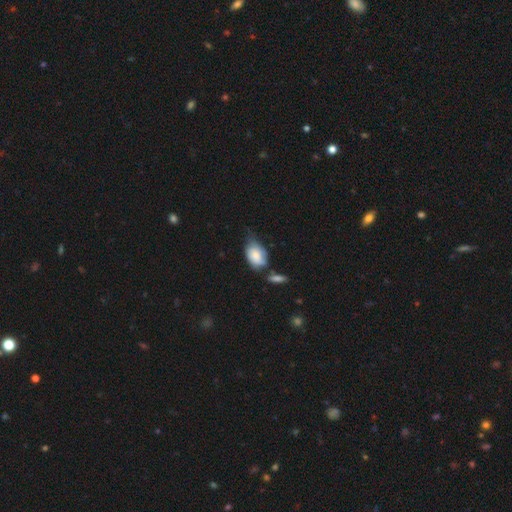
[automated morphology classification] The model was most divided on "merging": minor disturbance: 39%, none: 31%, merger: 16%, major disturbance: 15%. More confident: how rounded — in between (87%); smooth or featured — smooth (75%).